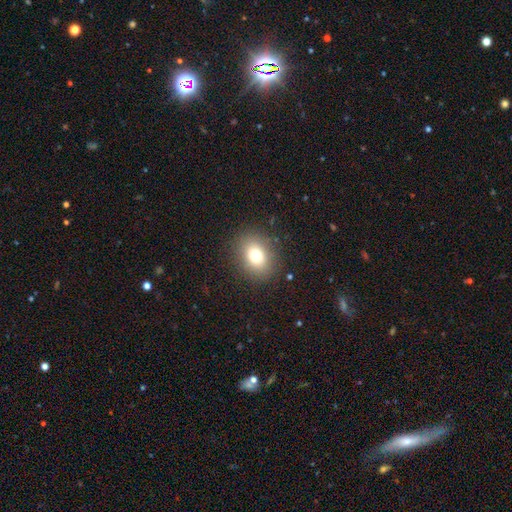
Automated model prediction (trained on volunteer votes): This is likely a smooth galaxy (76%). How rounded: possibly round (51%). Merging: clearly none (86%).